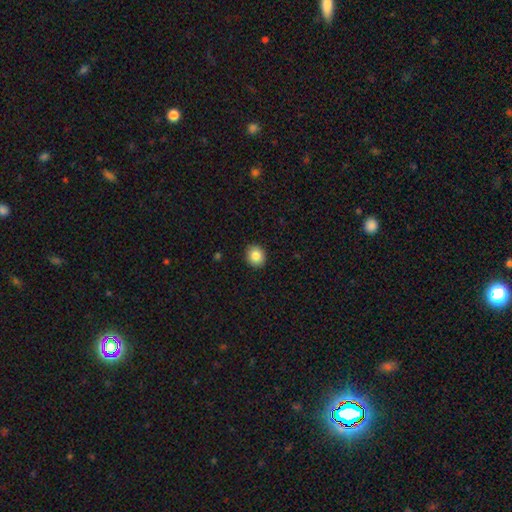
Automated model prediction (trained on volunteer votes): Overall: smooth (84%). How rounded: round (77%). Merging: none (91%).